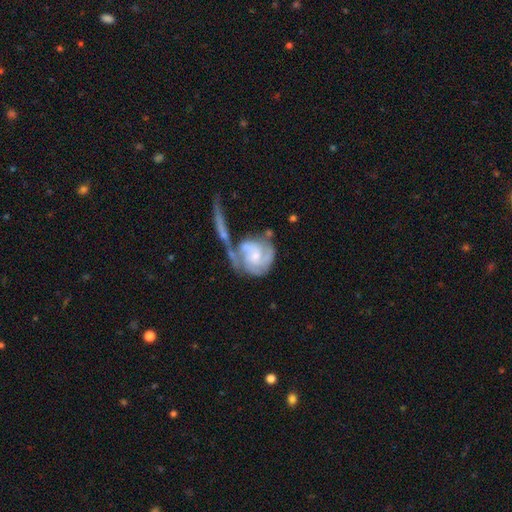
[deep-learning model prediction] A featured or disk galaxy (77%) with no bar (66%), 2 (33%) tight (52%) spiral arms (91%) and a small central bulge (44%). Merging: merger (33%).